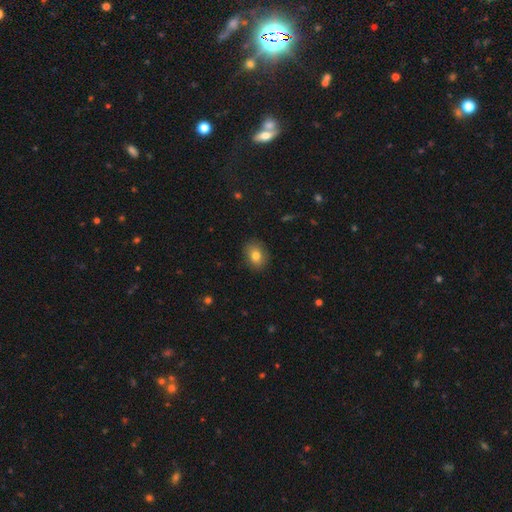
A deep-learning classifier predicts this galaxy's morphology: Overall: smooth (79%). How rounded: in between (56%; round 43%). Merging: none (87%).